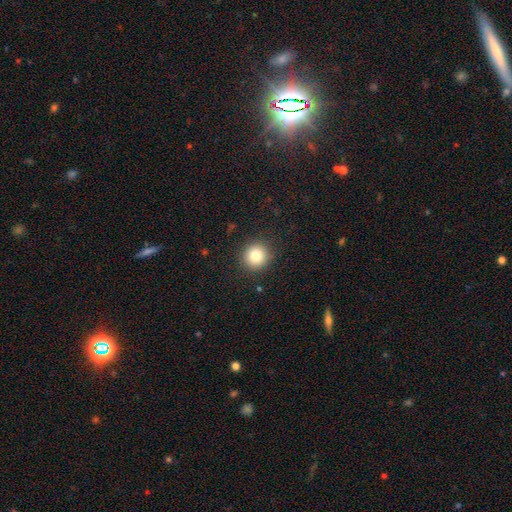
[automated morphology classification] Smooth or featured? Predicted: smooth (p=0.82). How rounded? Predicted: round (p=0.93). Merging? Predicted: none (p=0.90).